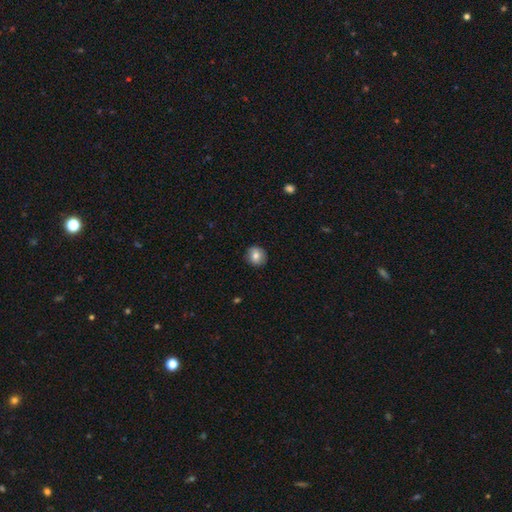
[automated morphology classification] smooth-or-featured: smooth: 78% | featured or disk: 14% | star or artifact: 9%
  how-rounded: round: 88% | in between: 11% | cigar-shaped: 1%
  merging: none: 88% | minor disturbance: 9% | major disturbance: 2% | merger: 1%